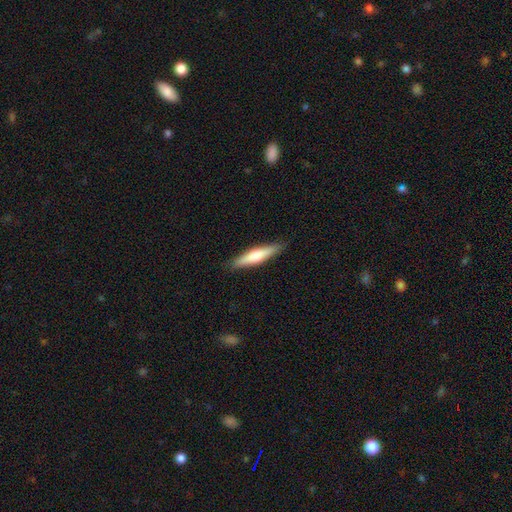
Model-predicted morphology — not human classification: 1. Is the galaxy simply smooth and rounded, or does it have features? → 58% smooth, 37% featured or disk, 5% star or artifact.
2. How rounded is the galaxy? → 85% cigar-shaped, 13% in between, 1% round.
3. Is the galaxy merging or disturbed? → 89% none, 8% minor disturbance, 2% major disturbance, 1% merger.